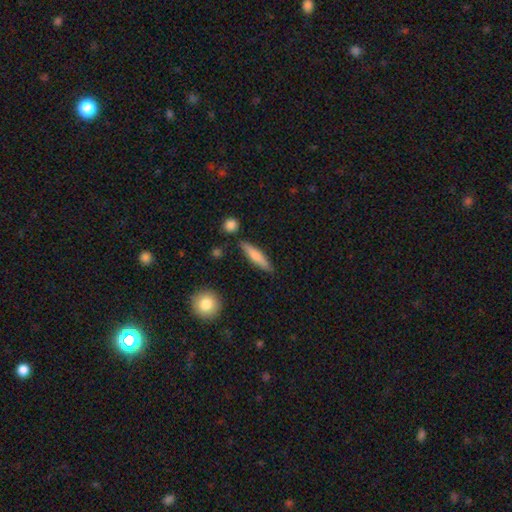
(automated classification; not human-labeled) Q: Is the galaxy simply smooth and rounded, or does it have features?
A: smooth — 69%.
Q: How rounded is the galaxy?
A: cigar-shaped — 80%.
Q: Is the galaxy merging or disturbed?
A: none — 83%.